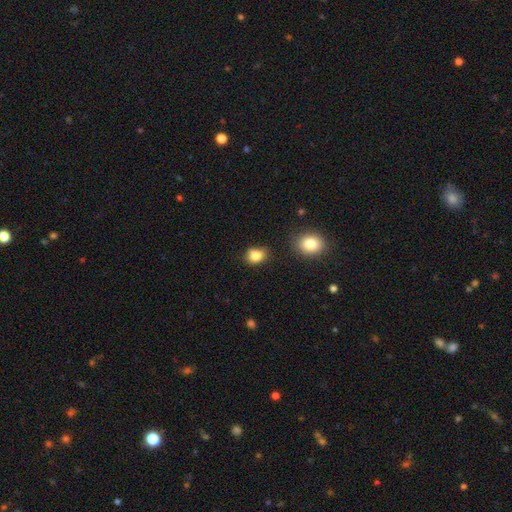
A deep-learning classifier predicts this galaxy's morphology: Q: Smooth or featured?
A: smooth (83%); runner-up: star or artifact (10%)
Q: How rounded?
A: in between (59%); runner-up: round (40%)
Q: Merging?
A: none (60%); runner-up: minor disturbance (26%)